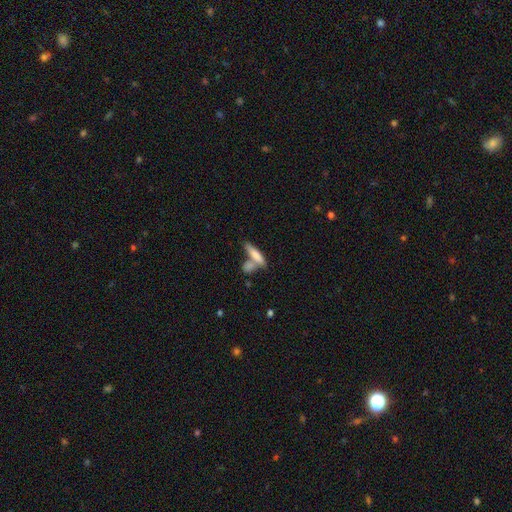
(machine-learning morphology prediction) smooth 72%, featured or disk 21%, star or artifact 7%. Down the decision tree: how rounded — cigar-shaped (63%); merging — none (44%).